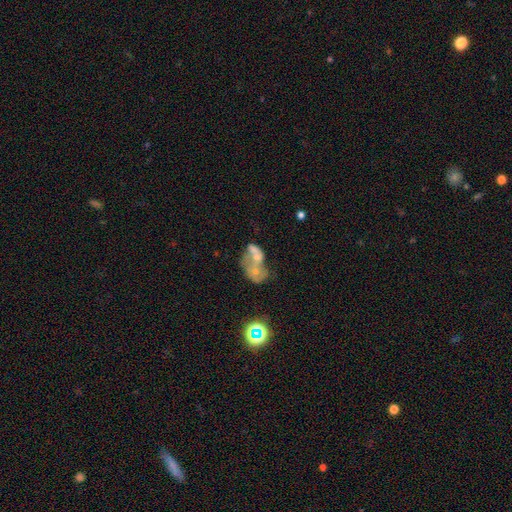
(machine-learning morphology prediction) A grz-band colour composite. It shows a featured or disk galaxy (46%). Merging: merger (71%).